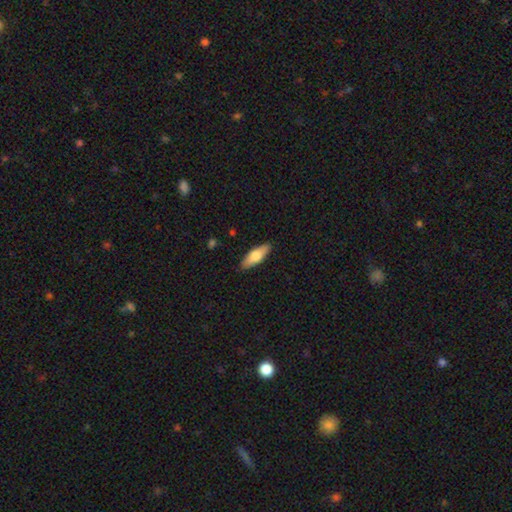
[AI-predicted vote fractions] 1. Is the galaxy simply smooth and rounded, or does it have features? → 67% smooth, 27% featured or disk, 5% star or artifact.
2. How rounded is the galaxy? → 60% in between, 37% cigar-shaped, 2% round.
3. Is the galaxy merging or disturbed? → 89% none, 9% minor disturbance, 2% major disturbance, 1% merger.